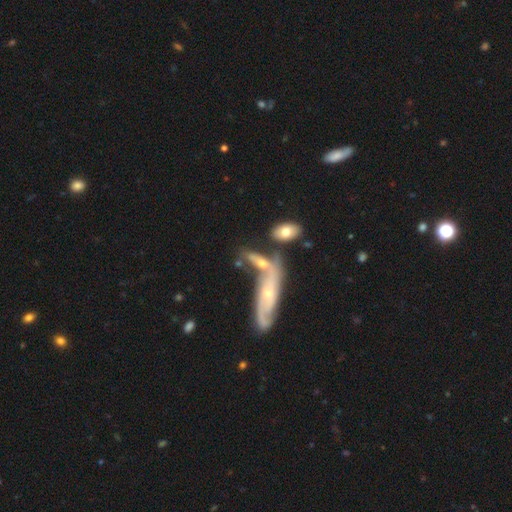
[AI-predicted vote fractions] smooth-or-featured: smooth: 49% | featured or disk: 43% | star or artifact: 8%
  merging: merger: 44% | none: 33% | minor disturbance: 14% | major disturbance: 9%